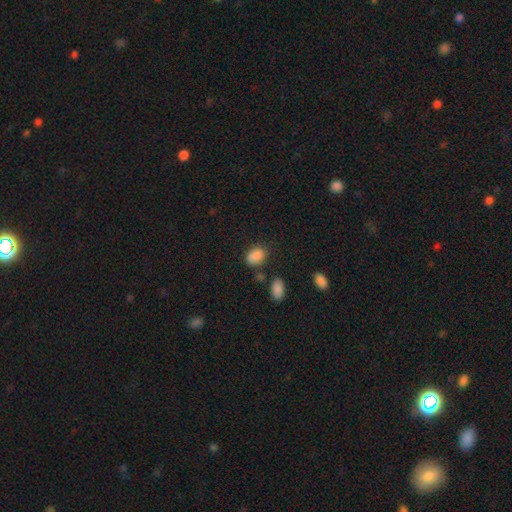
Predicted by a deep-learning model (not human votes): Overall: smooth (87%). How rounded: in between (80%). Merging: none (72%).